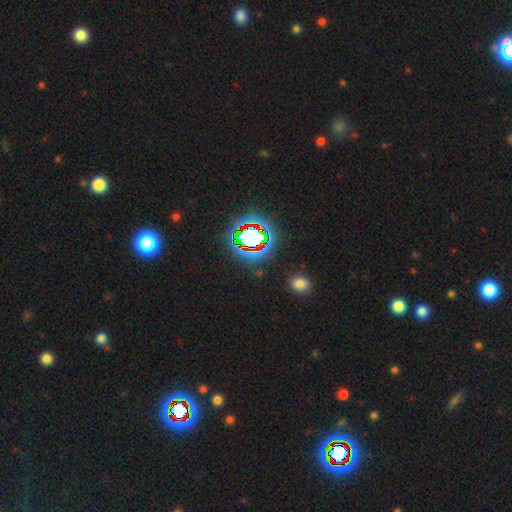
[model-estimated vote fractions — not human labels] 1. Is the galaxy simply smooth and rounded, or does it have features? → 80% star or artifact, 12% smooth, 8% featured or disk.